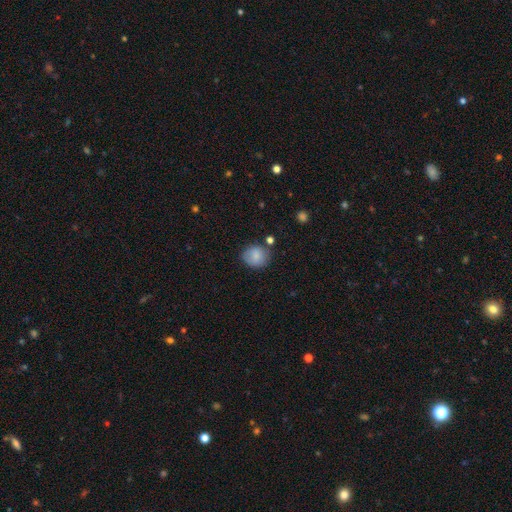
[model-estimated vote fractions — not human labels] Q: Smooth or featured?
A: smooth (83%); runner-up: featured or disk (9%)
Q: How rounded?
A: round (80%); runner-up: in between (19%)
Q: Merging?
A: none (75%); runner-up: minor disturbance (16%)